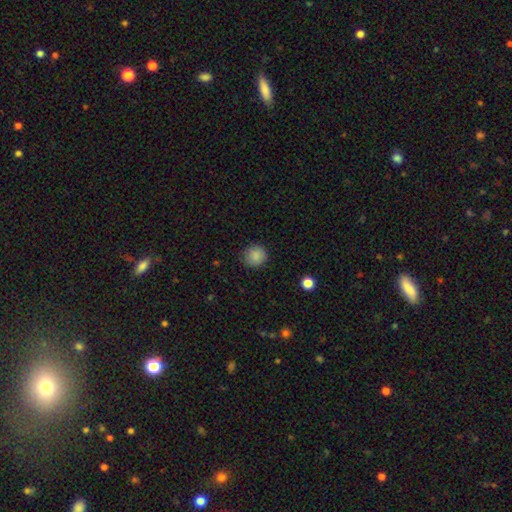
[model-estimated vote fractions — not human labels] Smooth or featured? smooth (87%)
How rounded? round (92%)
Merging? none (87%)